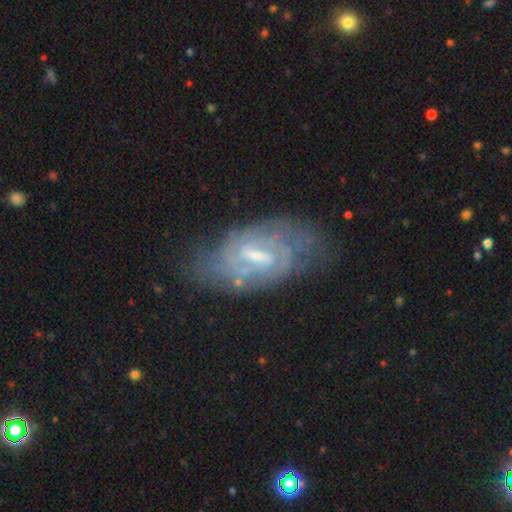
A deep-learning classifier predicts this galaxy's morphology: This is clearly a featured or disk galaxy (83%). It is clearly not viewed edge-on (94%). Bar: possibly weak (51%). Spiral arm pattern: clearly yes (92%). Spiral arm count: marginally can't tell (40%). Spiral winding: possibly tight (60%). Central bulge: possibly small (46%). Merging: likely none (68%).